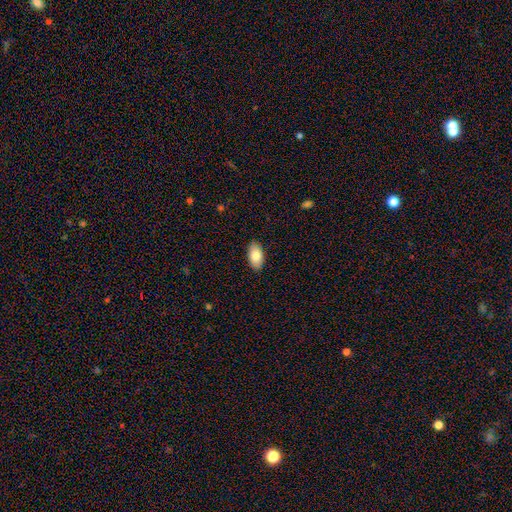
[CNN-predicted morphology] This appears to be a smooth galaxy with no disk features (83%) that is in between round and cigar-shaped (94%). Merging: none (89%).